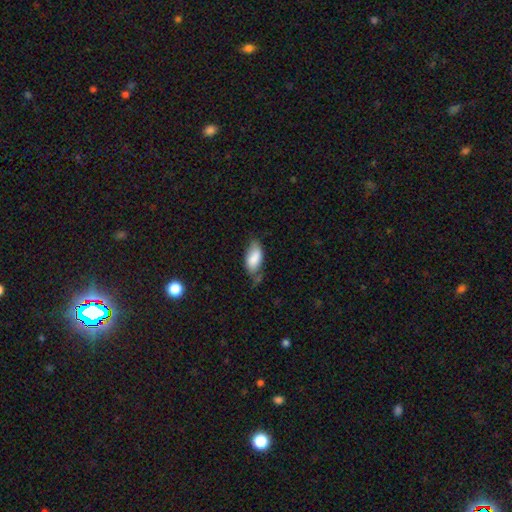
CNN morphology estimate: Smooth or featured: smooth — 82% (featured or disk — 12%)
How rounded: in between — 91% (cigar-shaped — 6%)
Merging: none — 43% (minor disturbance — 38%)